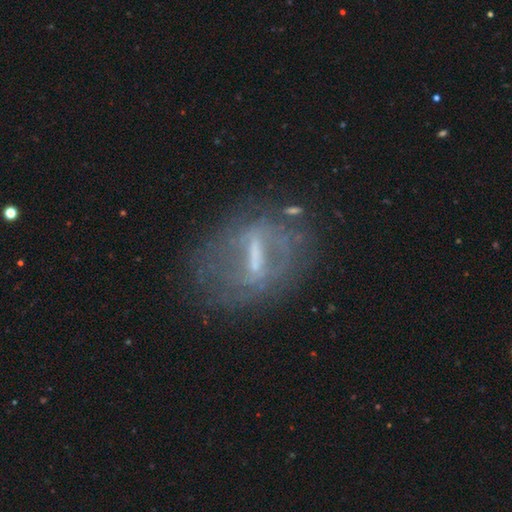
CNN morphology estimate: This appears to be a featured or disk galaxy (75%) with a strong bar (66%), no spiral arms (53%) and a small central bulge (38%). Merging: none (64%).